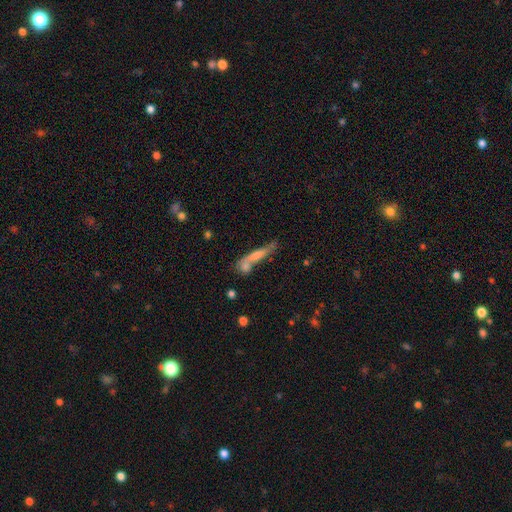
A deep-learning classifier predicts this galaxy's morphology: smooth 47%, featured or disk 43%, star or artifact 10%. Down the decision tree: merging — none (45%).